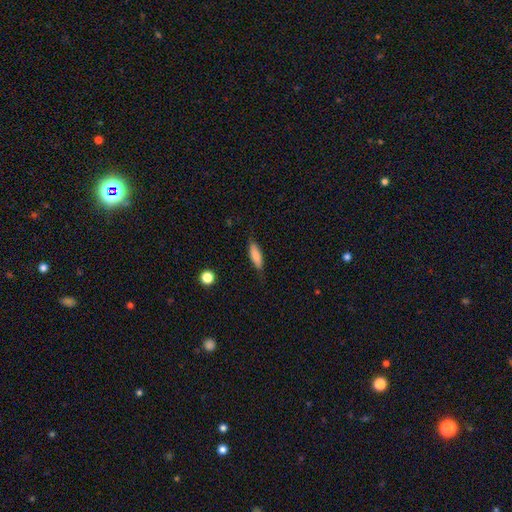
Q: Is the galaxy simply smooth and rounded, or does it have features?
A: smooth — 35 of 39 (90%).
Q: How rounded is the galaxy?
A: cigar-shaped — 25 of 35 (71%).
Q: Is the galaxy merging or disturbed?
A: none — 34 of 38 (89%).